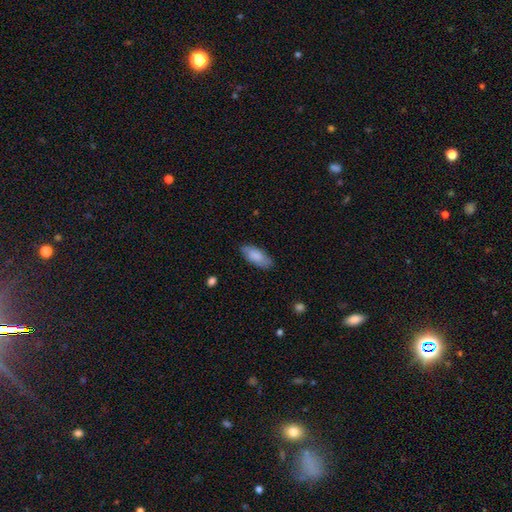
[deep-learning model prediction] A smooth galaxy with no disk features (82%) that is in between round and cigar-shaped (86%).

Vote fractions:
- Smooth or featured? smooth: 82% / featured or disk: 13% / star or artifact: 6%
- How rounded? in between: 86% / cigar-shaped: 12% / round: 2%
- Merging? none: 81% / minor disturbance: 15% / major disturbance: 3% / merger: 1%